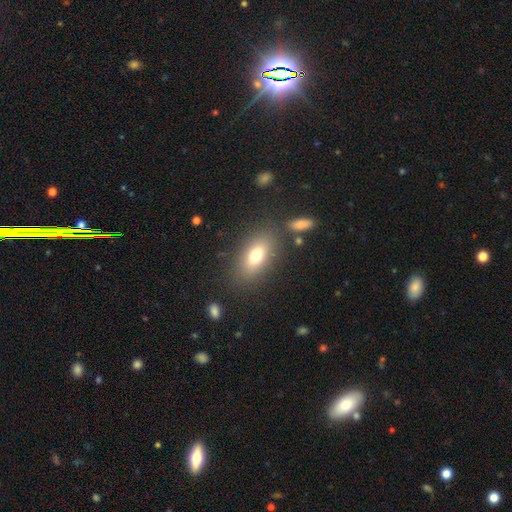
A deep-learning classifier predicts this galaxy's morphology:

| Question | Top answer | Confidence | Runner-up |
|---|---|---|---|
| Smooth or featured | smooth | 73% | featured or disk (17%) |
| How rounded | in between | 84% | round (9%) |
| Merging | none | 81% | minor disturbance (10%) |